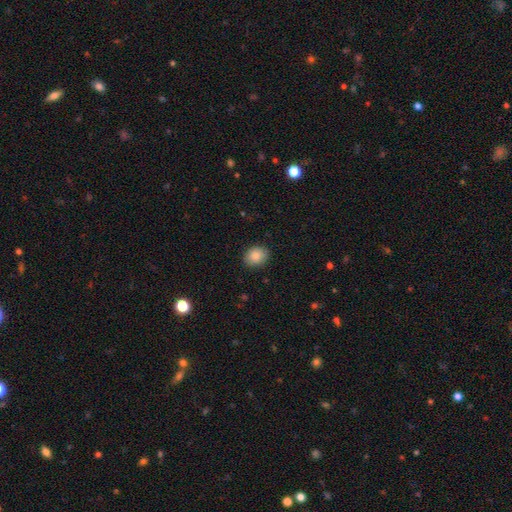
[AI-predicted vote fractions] Overall: smooth (86%). How rounded: in between (50%; round 49%). Merging: none (88%).